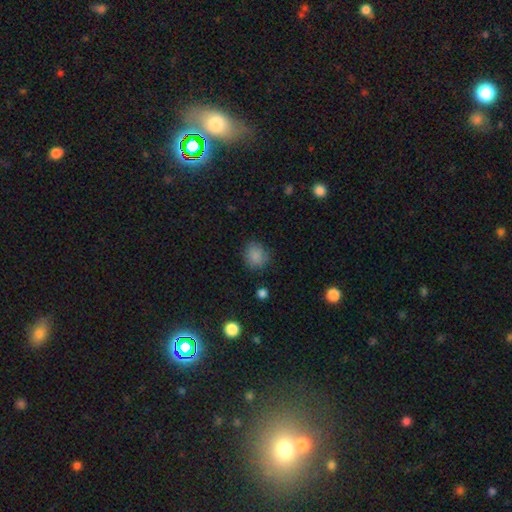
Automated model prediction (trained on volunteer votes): This appears to be a smooth galaxy with no disk features (84%) that is round (76%). Merging: none (79%).